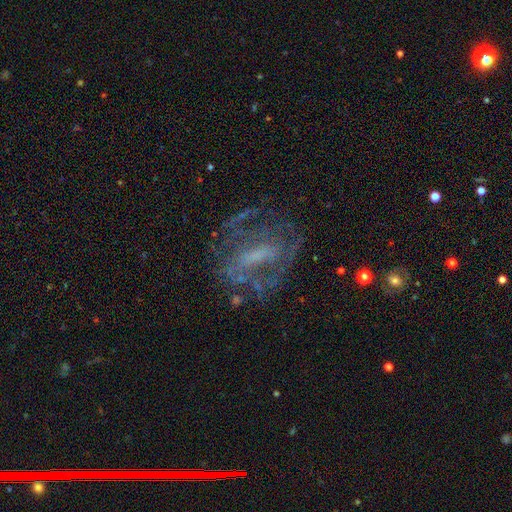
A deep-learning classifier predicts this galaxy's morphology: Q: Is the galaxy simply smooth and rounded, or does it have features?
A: featured or disk — 66%.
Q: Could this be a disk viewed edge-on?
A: no — 89%.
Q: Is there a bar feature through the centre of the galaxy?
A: strong — 39%.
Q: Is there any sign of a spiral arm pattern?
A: yes — 62%.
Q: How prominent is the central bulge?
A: small — 38%.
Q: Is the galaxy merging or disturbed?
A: none — 66%.